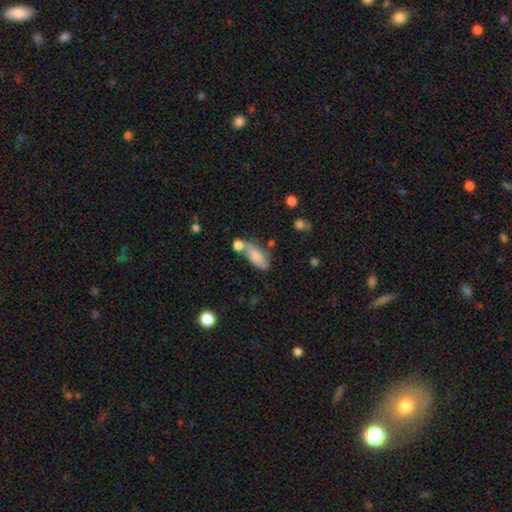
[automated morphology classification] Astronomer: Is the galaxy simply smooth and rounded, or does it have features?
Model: smooth — 76%.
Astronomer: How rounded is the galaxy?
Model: in between — 83%.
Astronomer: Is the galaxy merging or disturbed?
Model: none — 45% (runner-up: merger, 25%).